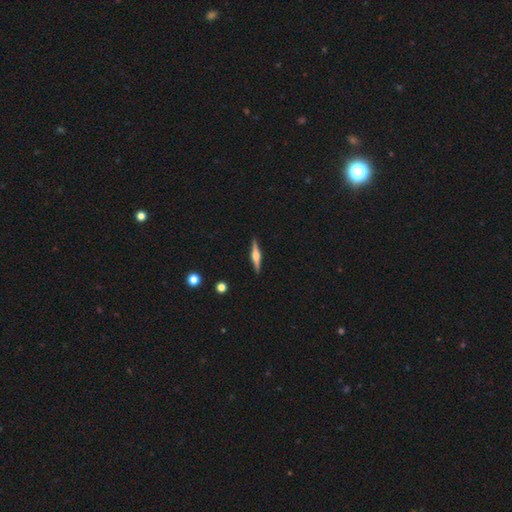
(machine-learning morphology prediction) The model was most divided on "smooth or featured": featured or disk: 74%, smooth: 20%, star or artifact: 6%. More confident: edge-on disk — yes (98%); merging — none (91%); edge-on bulge — rounded (88%).